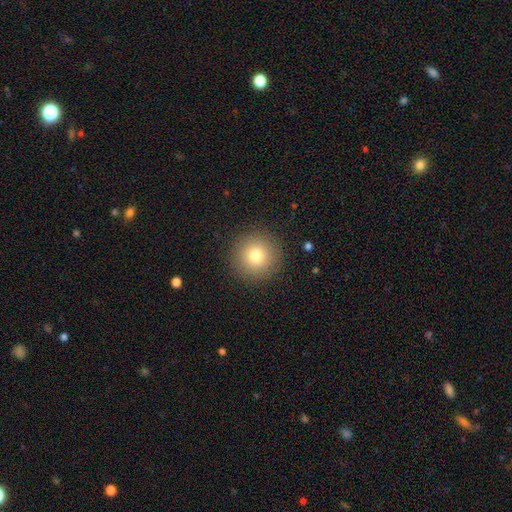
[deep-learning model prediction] The model was most divided on "smooth or featured": smooth: 78%, star or artifact: 12%, featured or disk: 10%. More confident: how rounded — round (96%); merging — none (91%).